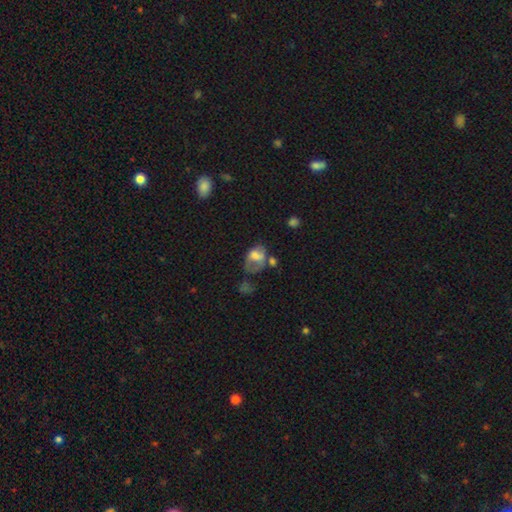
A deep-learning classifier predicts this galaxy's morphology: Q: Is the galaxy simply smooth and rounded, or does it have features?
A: smooth — 55%.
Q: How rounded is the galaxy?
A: in between — 75%.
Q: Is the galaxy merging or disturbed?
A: major disturbance — 35%.